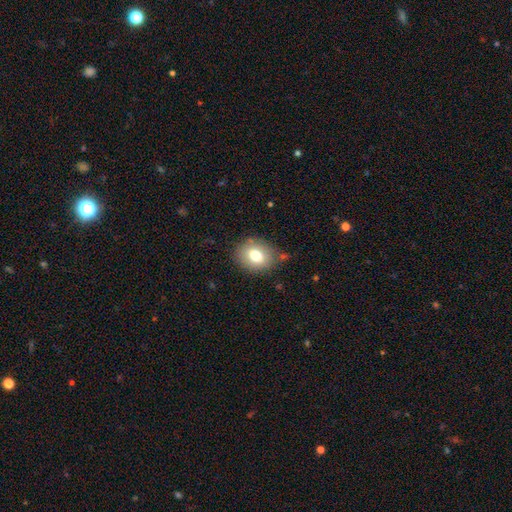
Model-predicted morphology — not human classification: Q: Smooth or featured?
A: smooth (75%); runner-up: featured or disk (16%)
Q: How rounded?
A: round (51%); runner-up: in between (49%)
Q: Merging?
A: none (79%); runner-up: minor disturbance (14%)